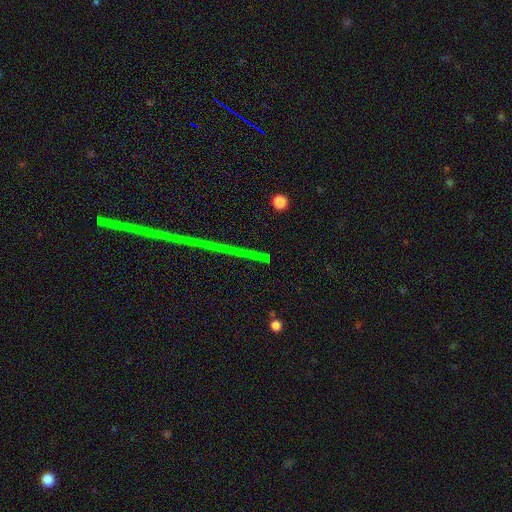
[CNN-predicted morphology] smooth-or-featured: star or artifact: 73% | featured or disk: 14% | smooth: 12%